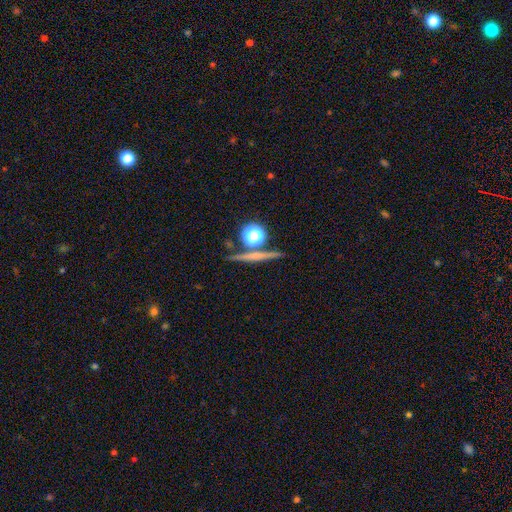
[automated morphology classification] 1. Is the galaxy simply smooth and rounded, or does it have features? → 52% featured or disk, 34% smooth, 15% star or artifact.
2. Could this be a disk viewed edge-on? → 93% yes, 7% no.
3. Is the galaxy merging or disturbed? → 81% none, 9% merger, 8% minor disturbance, 3% major disturbance.